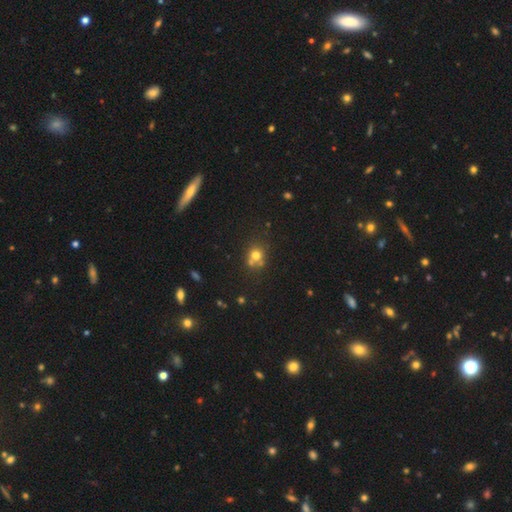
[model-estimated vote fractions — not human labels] This is likely a smooth galaxy (70%). How rounded: likely round (80%). Merging: possibly none (54%).